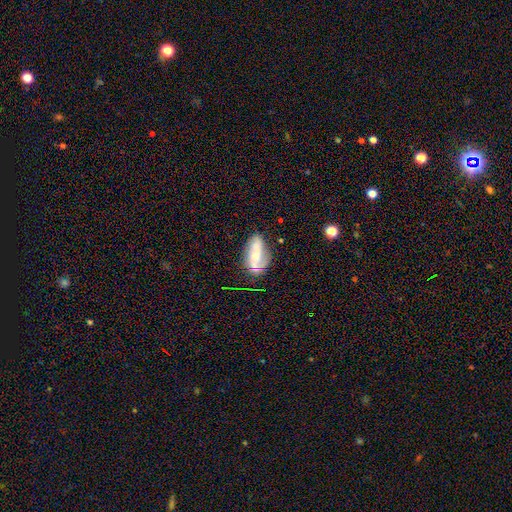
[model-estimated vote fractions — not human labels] The model was most divided on "bulge size": small: 55%, moderate: 36%, none: 4%, large: 4%, dominant: 2%. More confident: edge-on disk — no (90%); spiral arms — yes (74%); bar — no (57%); smooth or featured — featured or disk (57%); merging — none (56%).